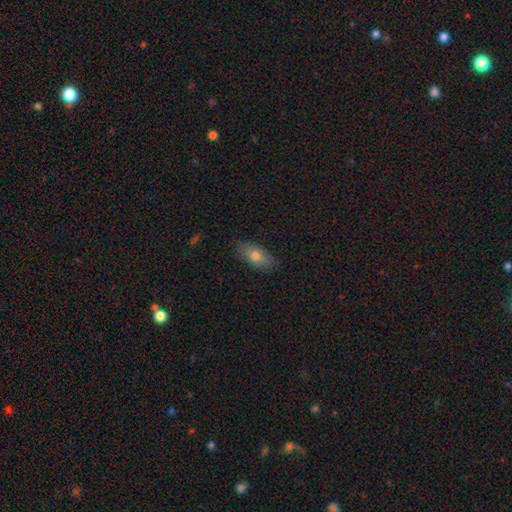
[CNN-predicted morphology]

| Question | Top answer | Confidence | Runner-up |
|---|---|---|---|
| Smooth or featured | smooth | 73% | featured or disk (20%) |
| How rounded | in between | 87% | cigar-shaped (9%) |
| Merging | none | 86% | minor disturbance (11%) |